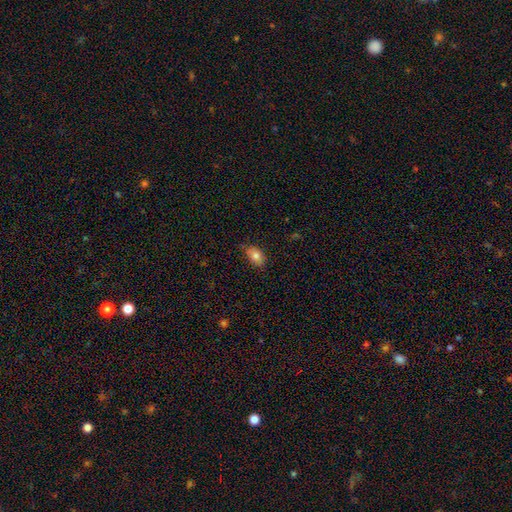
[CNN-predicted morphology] Smooth or featured? smooth (81%)
How rounded? in between (87%)
Merging? none (75%)